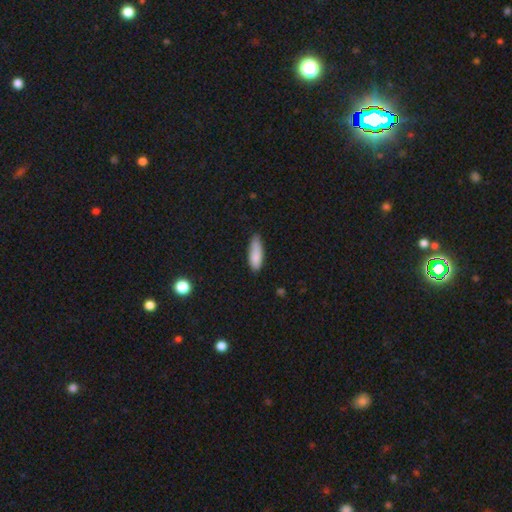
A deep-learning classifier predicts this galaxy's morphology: This is clearly a smooth galaxy (85%). How rounded: possibly in between (59%). Merging: likely none (66%).